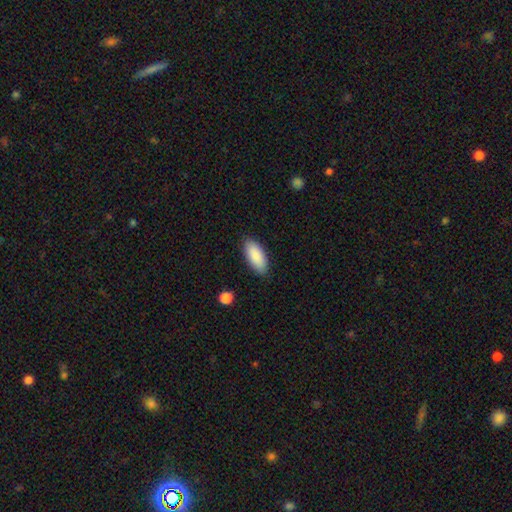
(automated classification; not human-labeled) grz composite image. It shows a smooth galaxy with no disk features (89%) that is in between round and cigar-shaped (86%). Merging: none (87%).